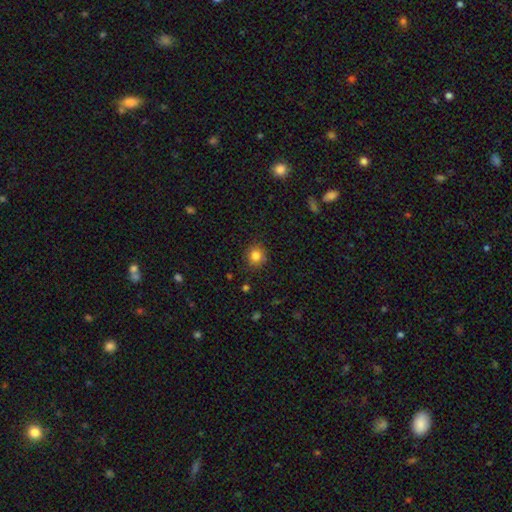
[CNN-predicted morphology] smooth 83%, star or artifact 11%, featured or disk 6%. Down the decision tree: how rounded — round (85%); merging — none (87%).